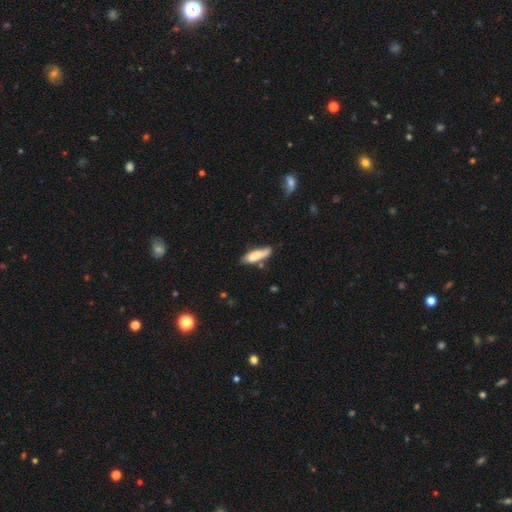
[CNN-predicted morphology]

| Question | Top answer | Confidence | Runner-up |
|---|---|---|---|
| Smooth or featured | smooth | 73% | featured or disk (20%) |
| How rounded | cigar-shaped | 55% | in between (43%) |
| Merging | none | 54% | minor disturbance (27%) |